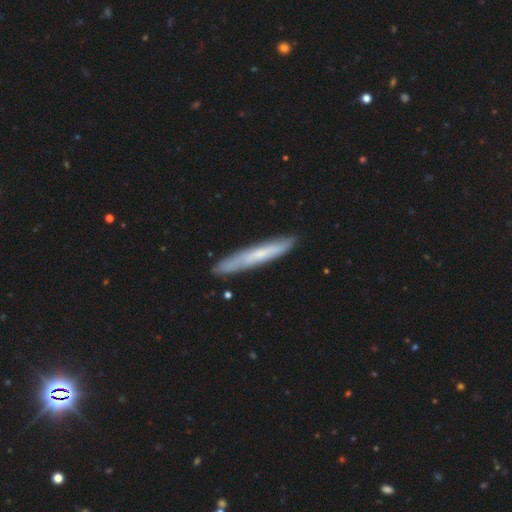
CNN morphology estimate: This is possibly a featured or disk galaxy (47%). Merging: clearly none (86%).